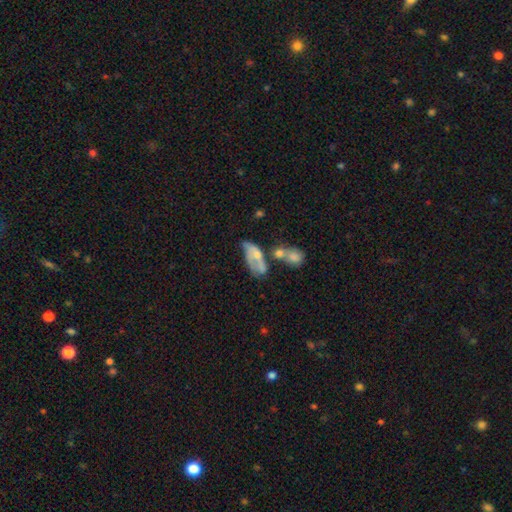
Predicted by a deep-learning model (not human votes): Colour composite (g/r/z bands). It shows a featured or disk galaxy (47%). Merging: merger (41%).